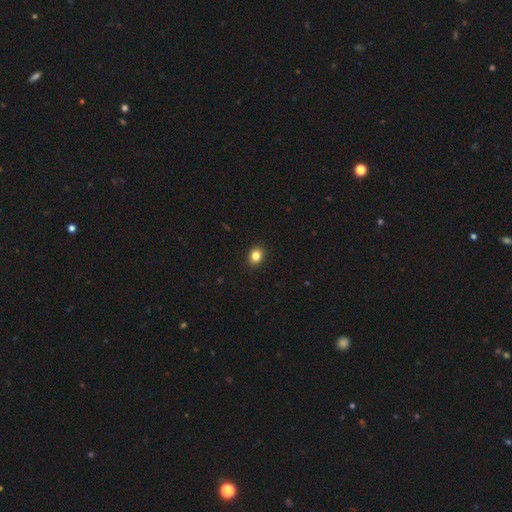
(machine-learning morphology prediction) type=smooth (84%); roundness=in between (50%); merging=none (91%).